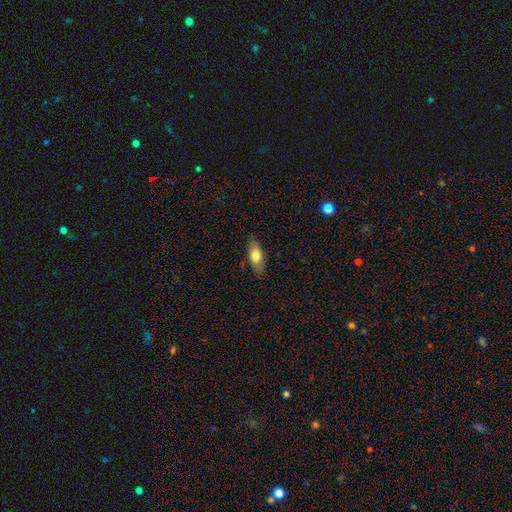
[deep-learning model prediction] Overall: smooth (73%). How rounded: in between (77%). Merging: none (84%).